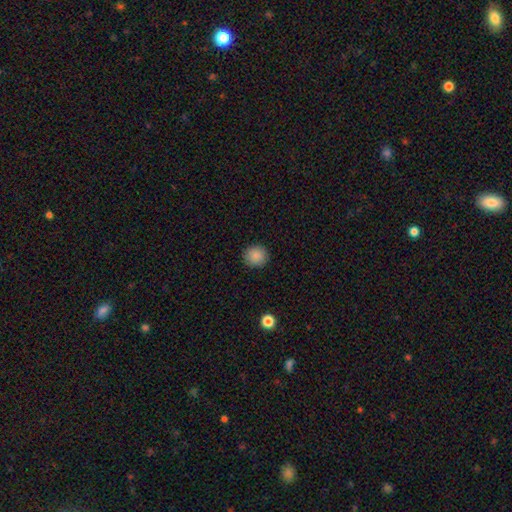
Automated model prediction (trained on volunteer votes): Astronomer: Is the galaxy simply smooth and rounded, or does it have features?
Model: smooth — 88%.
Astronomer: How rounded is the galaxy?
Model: round — 92%.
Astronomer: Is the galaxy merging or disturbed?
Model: none — 92%.